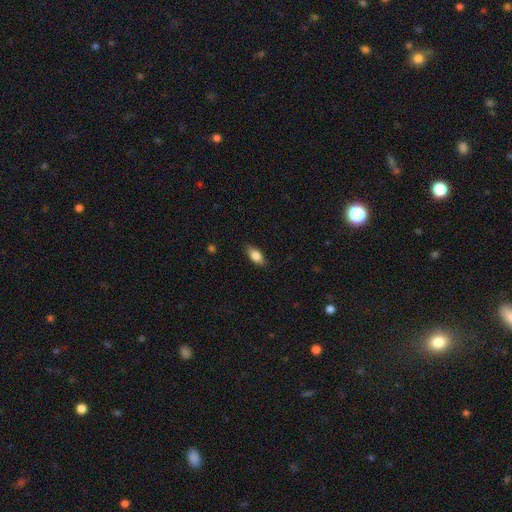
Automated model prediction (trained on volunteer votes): Overall: smooth (83%). How rounded: in between (87%). Merging: none (84%).